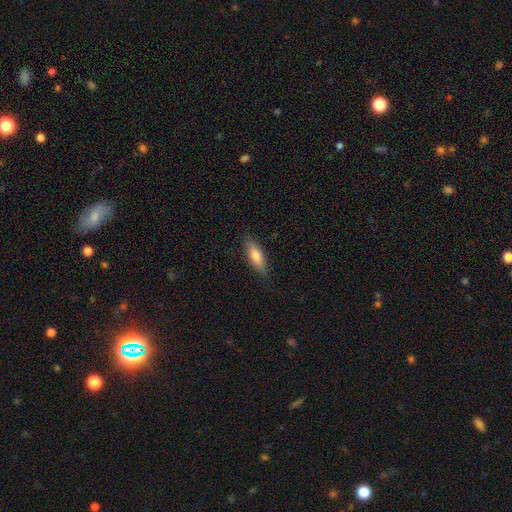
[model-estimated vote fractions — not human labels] Smooth or featured? smooth (76%)
How rounded? in between (56%)
Merging? none (85%)